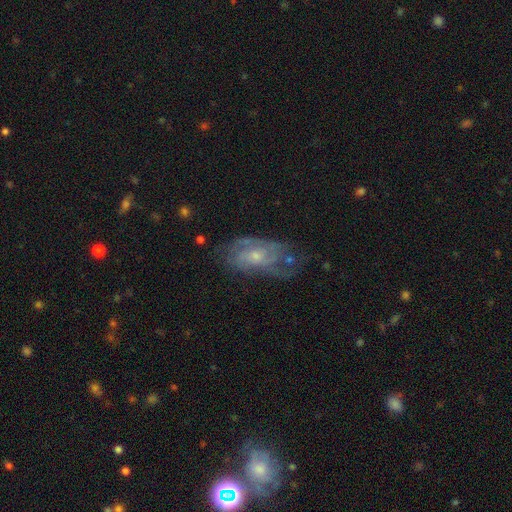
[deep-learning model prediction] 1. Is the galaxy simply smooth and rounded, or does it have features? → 71% featured or disk, 21% smooth, 8% star or artifact.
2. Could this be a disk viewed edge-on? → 94% no, 6% yes.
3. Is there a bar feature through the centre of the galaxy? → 73% no, 24% weak, 3% strong.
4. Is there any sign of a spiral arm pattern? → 79% yes, 21% no.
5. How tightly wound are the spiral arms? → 42% tight, 41% medium, 17% loose.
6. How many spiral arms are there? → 41% can't tell, 34% 2, 12% 3, 5% 1, 4% 4, 3% more than 4.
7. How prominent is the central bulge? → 57% small, 36% moderate, 4% none, 2% large, 1% dominant.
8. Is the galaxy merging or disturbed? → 51% none, 27% minor disturbance, 20% major disturbance, 2% merger.